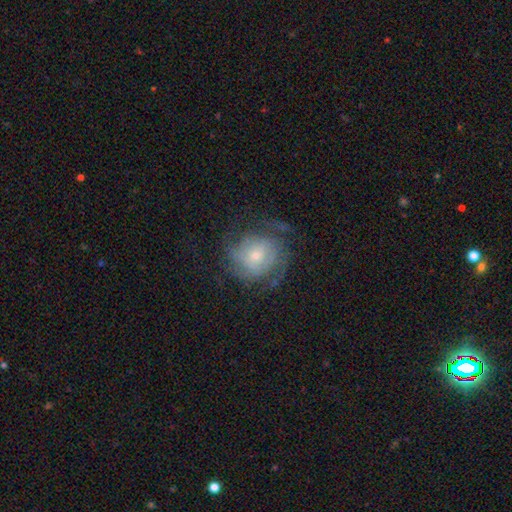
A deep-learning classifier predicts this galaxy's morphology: Smooth or featured: featured or disk — 67% (smooth — 25%)
Edge-on disk: no — 97% (yes — 3%)
Bar: no — 71% (weak — 25%)
Spiral arms: yes — 85% (no — 15%)
Spiral winding: tight — 47% (medium — 37%)
Spiral arm count: can't tell — 38% (2 — 28%)
Bulge size: small — 59% (moderate — 34%)
Merging: none — 62% (minor disturbance — 19%)